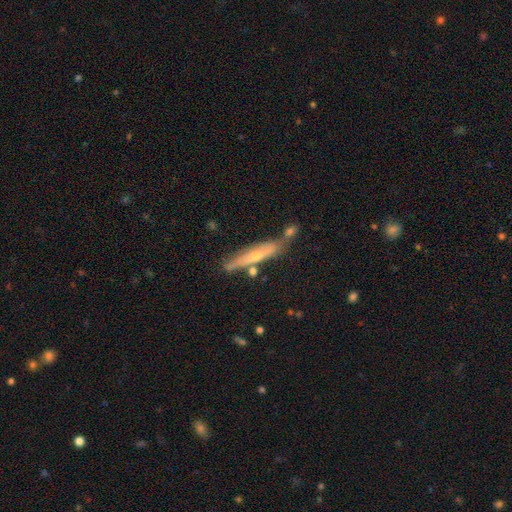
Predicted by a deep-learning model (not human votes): Overall: featured or disk (57%; smooth 36%). Edge-on disk: yes (85%). Merging: none (67%).